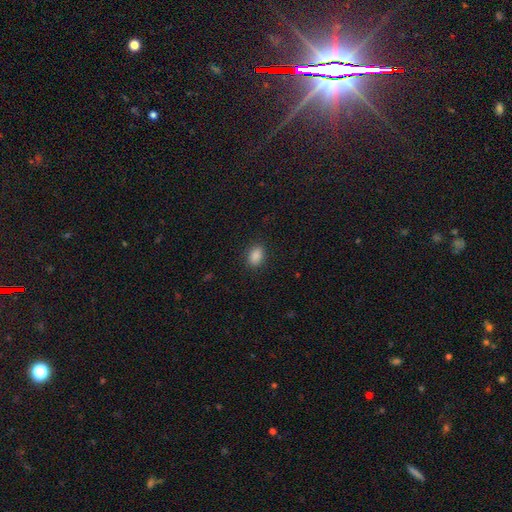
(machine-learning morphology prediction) The model was most divided on "how rounded": in between: 82%, round: 17%, cigar-shaped: 1%. More confident: merging — none (88%); smooth or featured — smooth (88%).